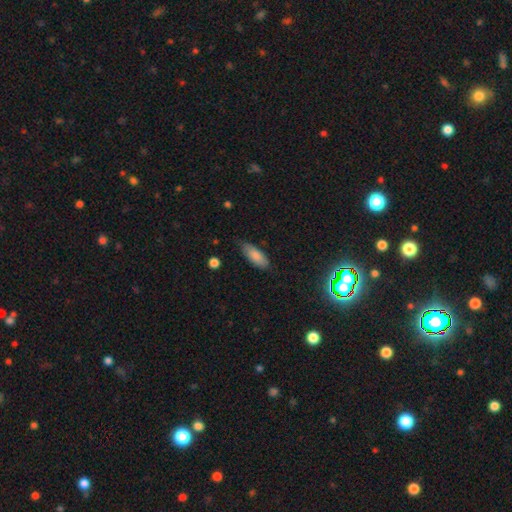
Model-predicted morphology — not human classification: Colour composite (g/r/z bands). It shows a smooth galaxy with no disk features (83%) that is in between round and cigar-shaped (74%). Merging: none (75%).